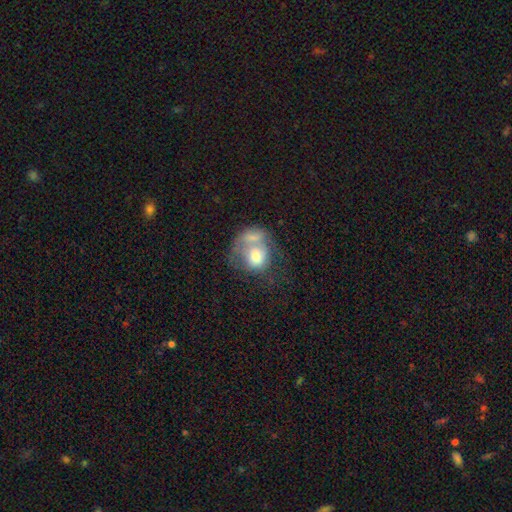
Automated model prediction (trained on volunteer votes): Smooth or featured: smooth — 57% (featured or disk — 34%)
How rounded: round — 62% (in between — 37%)
Merging: merger — 52% (none — 19%)